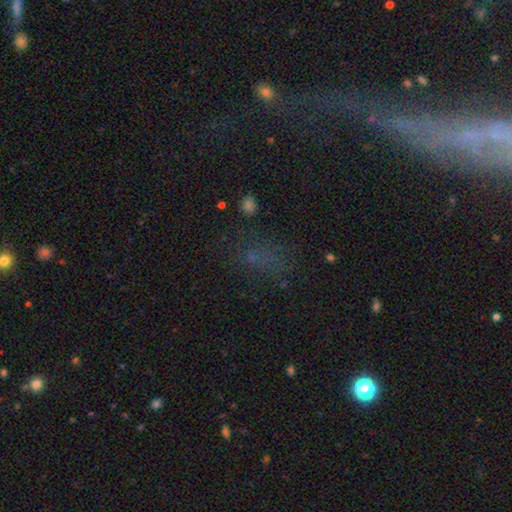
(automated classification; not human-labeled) smooth_or_featured: star or artifact (p=0.44) [alt: smooth p=0.38]